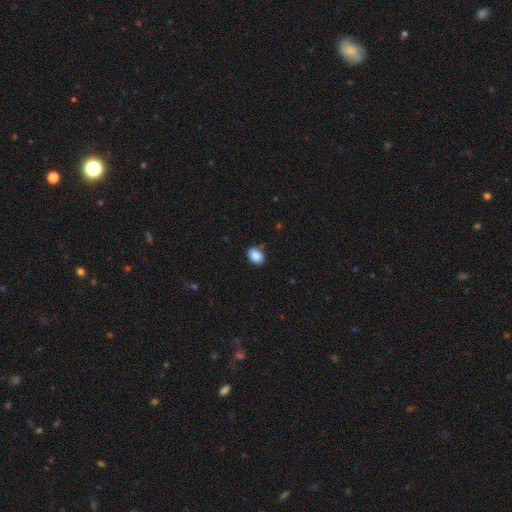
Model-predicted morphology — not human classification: smooth 89%, star or artifact 8%, featured or disk 3%. Down the decision tree: how rounded — in between (74%); merging — none (83%).